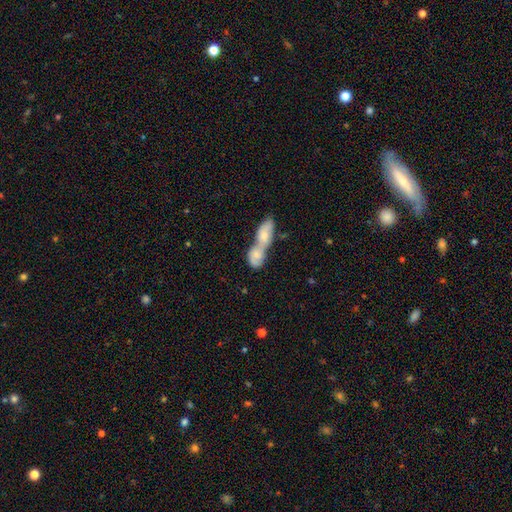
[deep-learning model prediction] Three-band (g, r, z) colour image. It shows a smooth galaxy with no disk features (67%) that is in between round and cigar-shaped (70%). Merging: merger (81%).